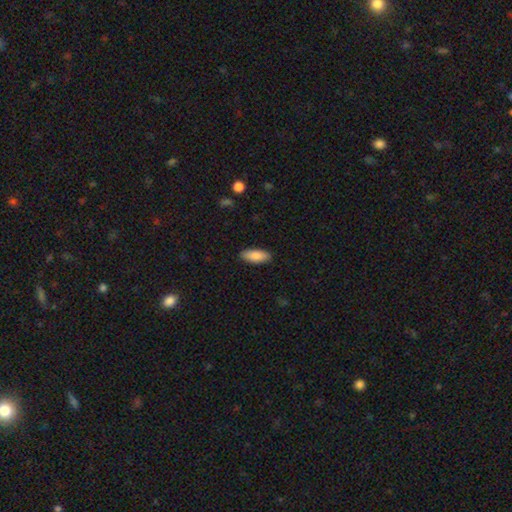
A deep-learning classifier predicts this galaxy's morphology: This is clearly a smooth galaxy (88%). How rounded: clearly in between (83%). Merging: clearly none (89%).